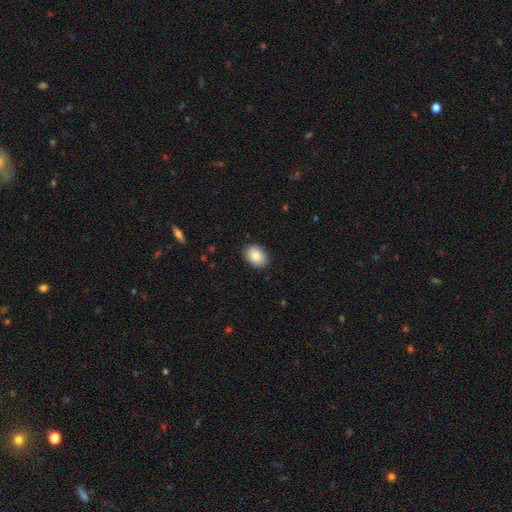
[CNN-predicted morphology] Smooth or featured: smooth — 86% (featured or disk — 7%)
How rounded: in between — 81% (round — 18%)
Merging: none — 88% (minor disturbance — 9%)